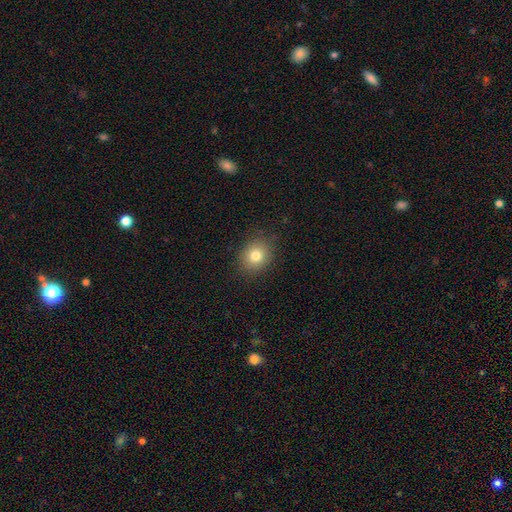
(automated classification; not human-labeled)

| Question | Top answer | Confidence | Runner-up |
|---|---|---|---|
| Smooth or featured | smooth | 79% | star or artifact (12%) |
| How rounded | round | 71% | in between (28%) |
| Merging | none | 88% | minor disturbance (9%) |